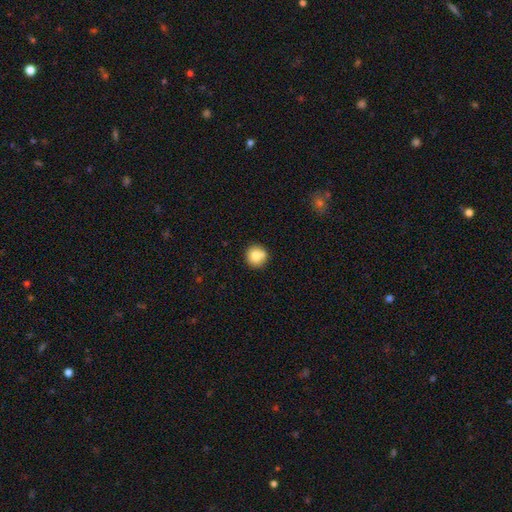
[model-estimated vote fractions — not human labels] This is likely a smooth galaxy (78%). How rounded: clearly round (93%). Merging: likely none (70%).